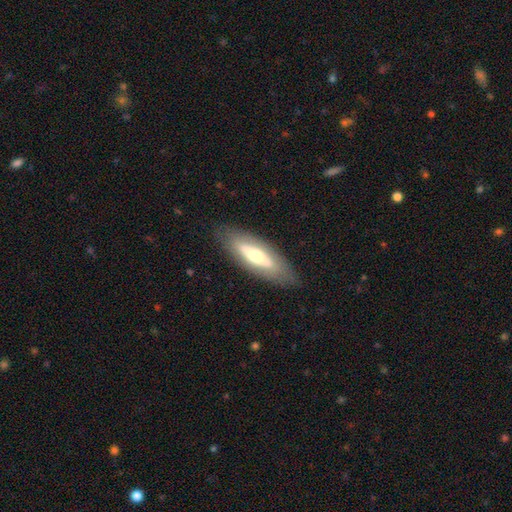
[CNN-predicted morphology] Q: Smooth or featured?
A: featured or disk (49%); runner-up: smooth (46%)
Q: Merging?
A: none (83%); runner-up: minor disturbance (12%)